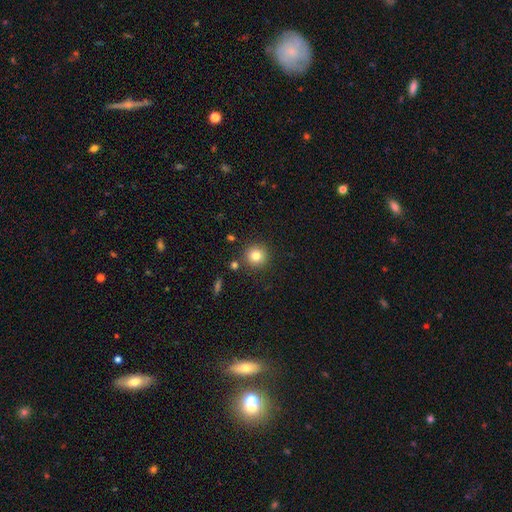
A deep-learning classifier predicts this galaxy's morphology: Overall: smooth (81%). How rounded: round (94%). Merging: none (85%).